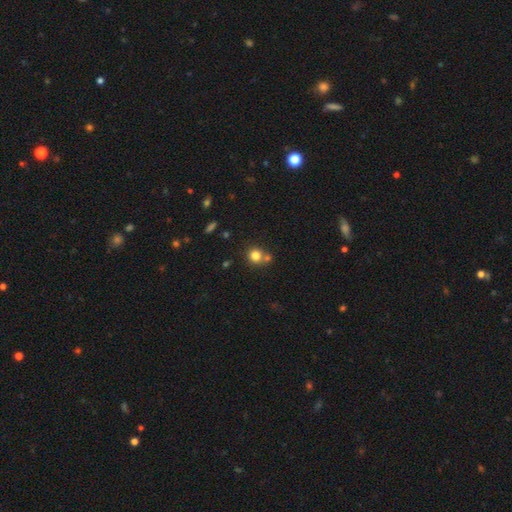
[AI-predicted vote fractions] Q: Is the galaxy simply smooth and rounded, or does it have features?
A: smooth — 80%.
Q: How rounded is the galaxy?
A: round — 87%.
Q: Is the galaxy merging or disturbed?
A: none — 58%.